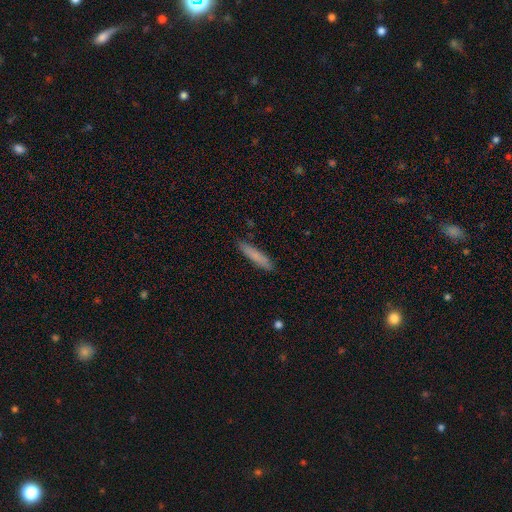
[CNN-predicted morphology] The model was most divided on "smooth or featured": smooth: 78%, featured or disk: 16%, star or artifact: 7%. More confident: how rounded — cigar-shaped (89%); merging — none (86%).